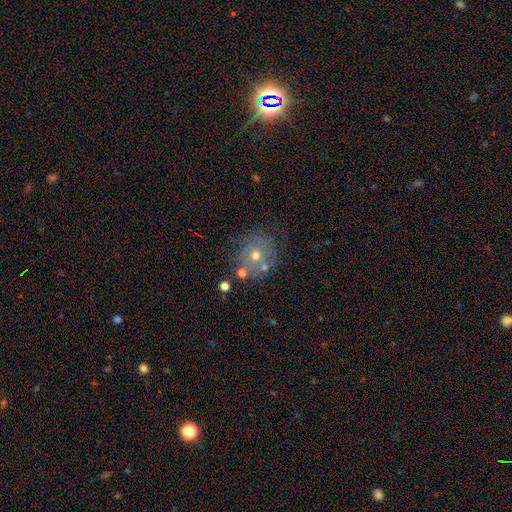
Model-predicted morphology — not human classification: Smooth or featured: smooth — 43% (featured or disk — 38%)
Merging: none — 66% (minor disturbance — 16%)